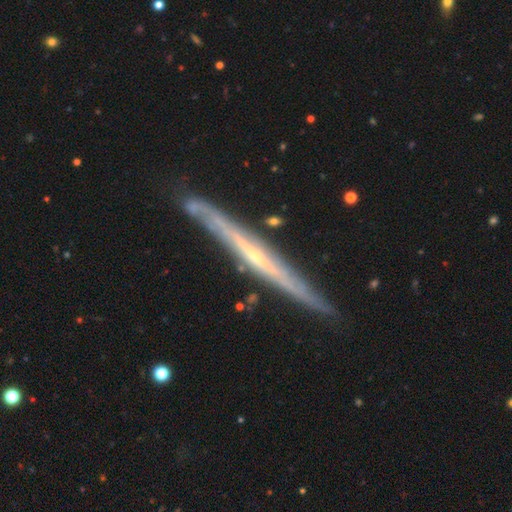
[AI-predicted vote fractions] Overall: featured or disk (82%). Edge-on disk: yes (95%). Edge-on bulge: none (50%; rounded 46%). Merging: none (83%).